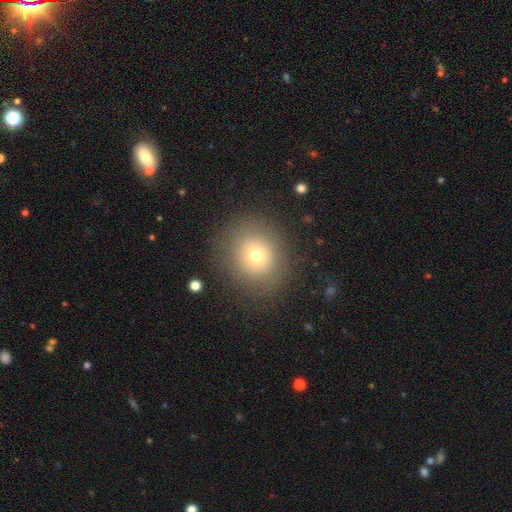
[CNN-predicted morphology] This appears to be a smooth galaxy with no disk features (69%) that is round (84%). Merging: none (84%).